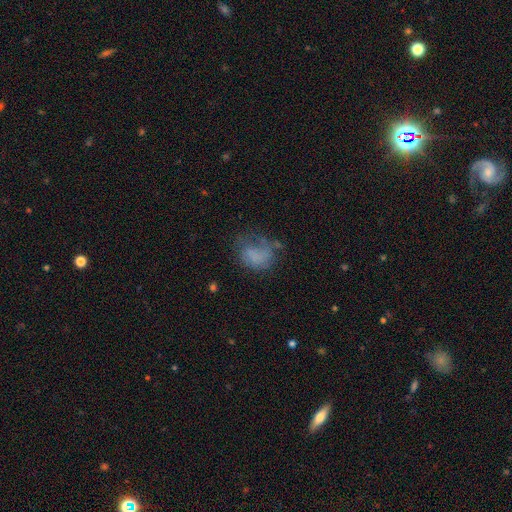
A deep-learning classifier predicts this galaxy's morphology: The model was most divided on "merging": none: 37%, major disturbance: 33%, minor disturbance: 26%, merger: 5%. More confident: smooth or featured — smooth (59%); how rounded — in between (59%).